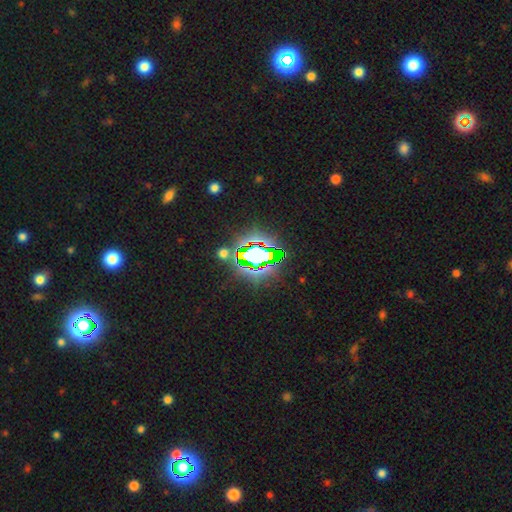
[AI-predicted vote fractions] A star or artifact, not a galaxy (74%).